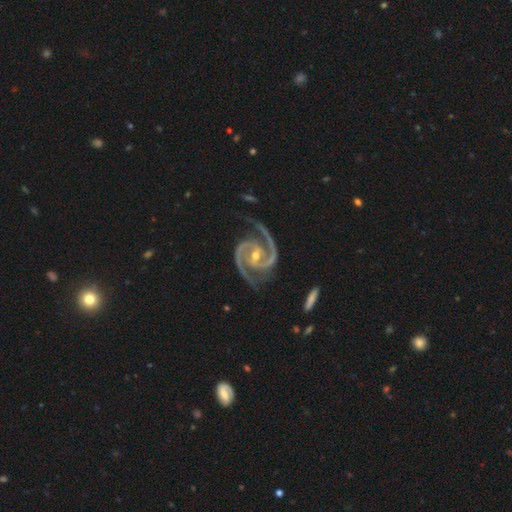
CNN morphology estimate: This appears to be a featured or disk galaxy (95%) with a weak bar (36%), 2 (94%) medium (52%) spiral arms (99%) and a small central bulge (52%). Merging: none (76%).